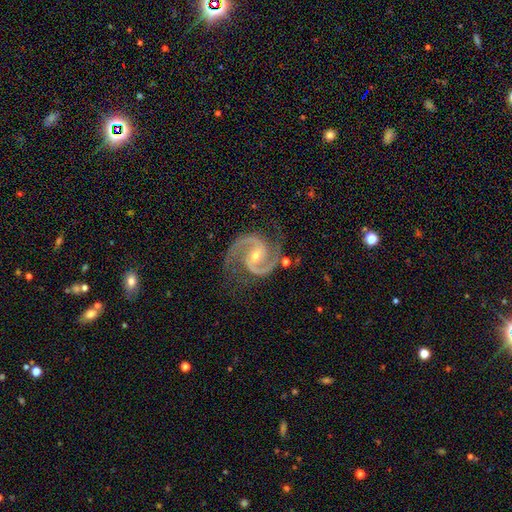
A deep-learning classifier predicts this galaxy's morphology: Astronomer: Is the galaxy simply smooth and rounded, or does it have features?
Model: featured or disk — 94%.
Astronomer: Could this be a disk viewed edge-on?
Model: no — 98%.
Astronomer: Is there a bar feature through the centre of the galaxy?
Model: no — 43% (runner-up: weak, 38%).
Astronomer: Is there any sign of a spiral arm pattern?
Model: yes — 99%.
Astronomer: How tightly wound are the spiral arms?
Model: medium — 66%.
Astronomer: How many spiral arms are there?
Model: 2 — 94%.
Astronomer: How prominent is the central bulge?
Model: small — 53% (runner-up: moderate, 44%).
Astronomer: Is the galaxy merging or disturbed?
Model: none — 78%.